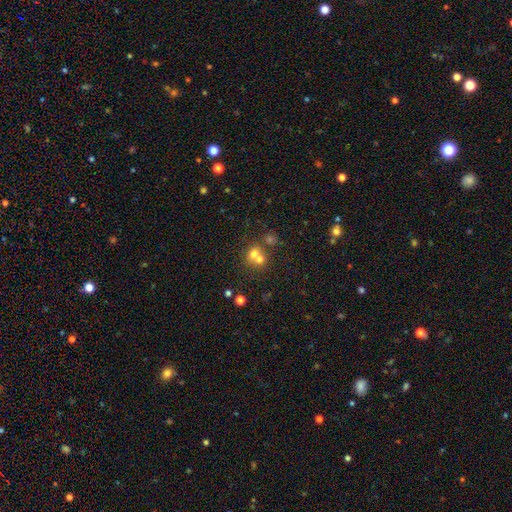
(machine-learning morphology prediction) Q: Smooth or featured?
A: smooth (65%); runner-up: featured or disk (18%)
Q: How rounded?
A: round (80%); runner-up: in between (19%)
Q: Merging?
A: merger (56%); runner-up: none (36%)